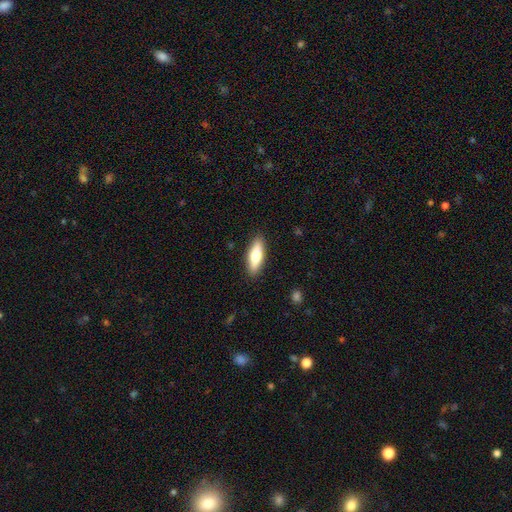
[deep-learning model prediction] smooth 68%, featured or disk 27%, star or artifact 6%. Down the decision tree: how rounded — in between (52%); merging — none (89%).